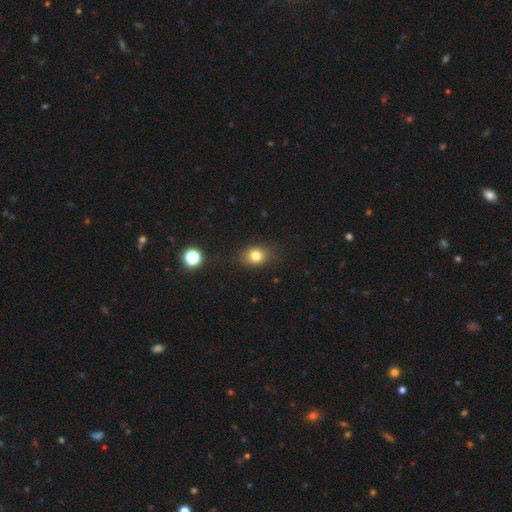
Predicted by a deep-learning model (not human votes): This appears to be a smooth galaxy with no disk features (80%) that is round (52%). Merging: none (83%).